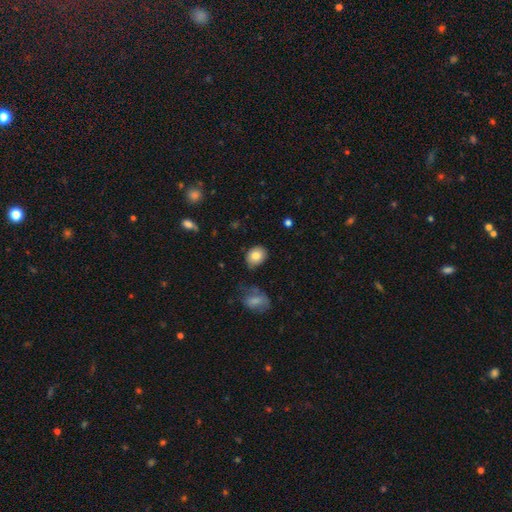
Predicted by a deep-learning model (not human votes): smooth 83%, featured or disk 9%, star or artifact 8%. Down the decision tree: how rounded — in between (57%); merging — none (77%).